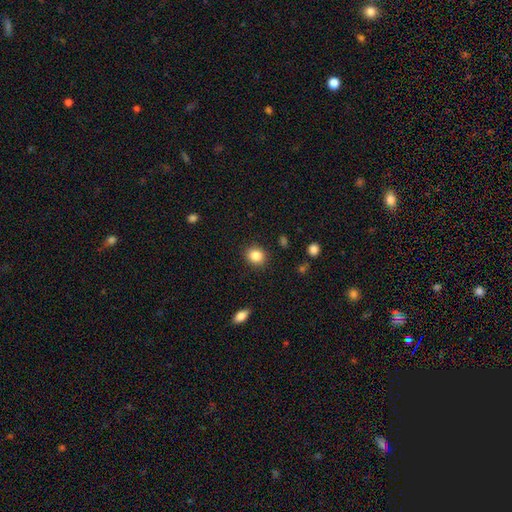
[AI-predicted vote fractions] A smooth galaxy with no disk features (85%) that is round (77%).

Vote fractions:
- Smooth or featured? smooth: 85% / star or artifact: 10% / featured or disk: 5%
- How rounded? round: 77% / in between: 22% / cigar-shaped: 1%
- Merging? none: 90% / minor disturbance: 7% / major disturbance: 2% / merger: 1%